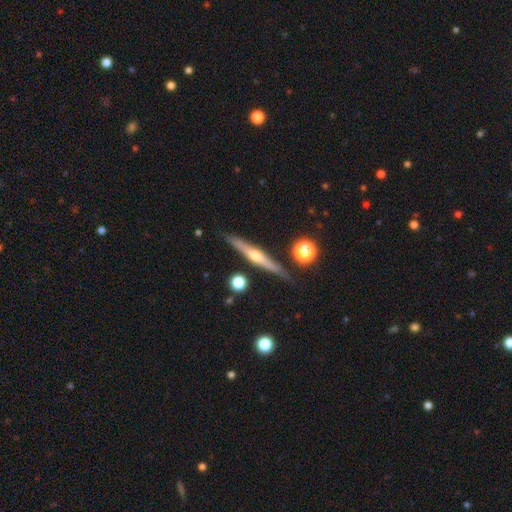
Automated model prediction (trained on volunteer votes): Smooth or featured? featured or disk (70%)
Edge-on disk? yes (97%)
Edge-on bulge? rounded (87%)
Merging? none (87%)